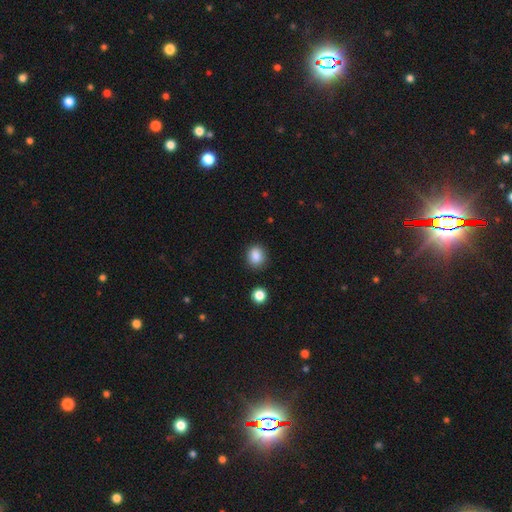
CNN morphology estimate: smooth-or-featured: smooth: 86% | star or artifact: 10% | featured or disk: 4%
  how-rounded: round: 66% | in between: 33% | cigar-shaped: 1%
  merging: none: 86% | minor disturbance: 9% | major disturbance: 2% | merger: 2%